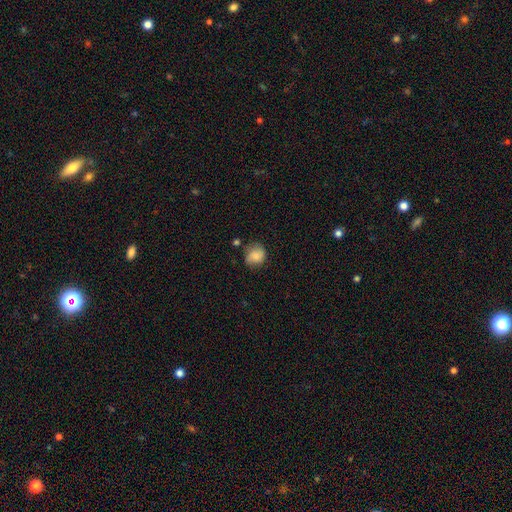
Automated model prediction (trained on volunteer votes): Smooth or featured: smooth — 75% (featured or disk — 16%)
How rounded: round — 77% (in between — 22%)
Merging: none — 65% (minor disturbance — 24%)